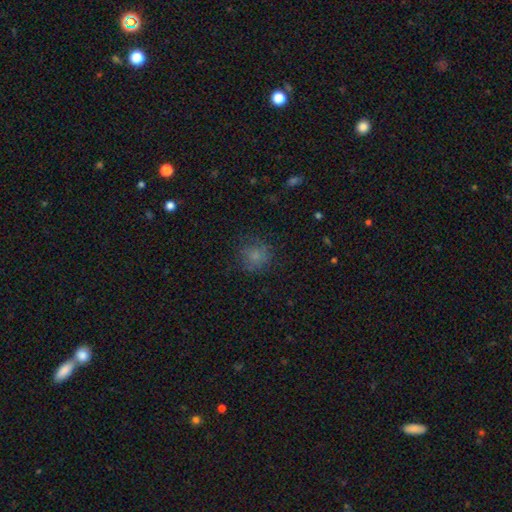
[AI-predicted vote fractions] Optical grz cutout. It shows a smooth galaxy with no disk features (76%) that is round (86%). Merging: none (73%).